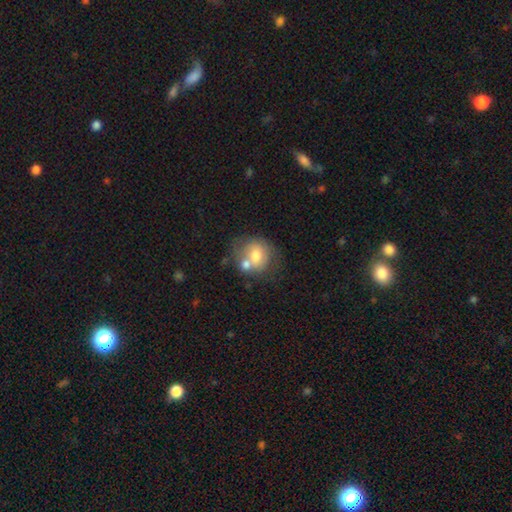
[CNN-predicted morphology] smooth 65%, featured or disk 26%, star or artifact 9%. Down the decision tree: how rounded — round (69%); merging — none (40%).